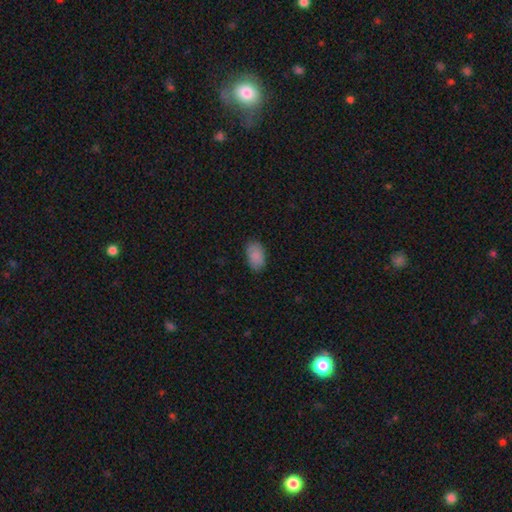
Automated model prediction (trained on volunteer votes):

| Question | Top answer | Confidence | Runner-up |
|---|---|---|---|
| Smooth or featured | smooth | 88% | star or artifact (7%) |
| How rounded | in between | 92% | round (6%) |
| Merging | none | 84% | minor disturbance (13%) |